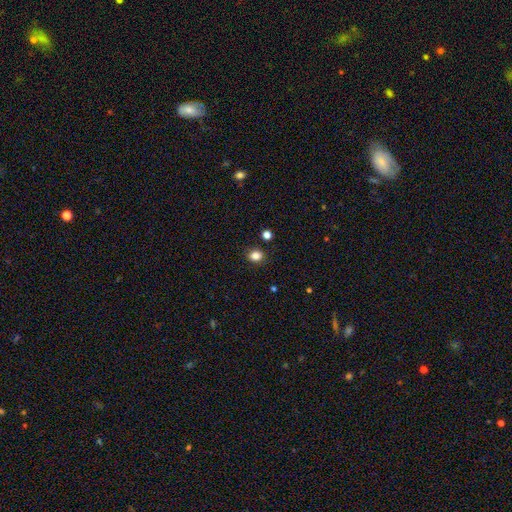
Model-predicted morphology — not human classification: This is clearly a smooth galaxy (84%). How rounded: possibly round (53%). Merging: clearly none (86%).